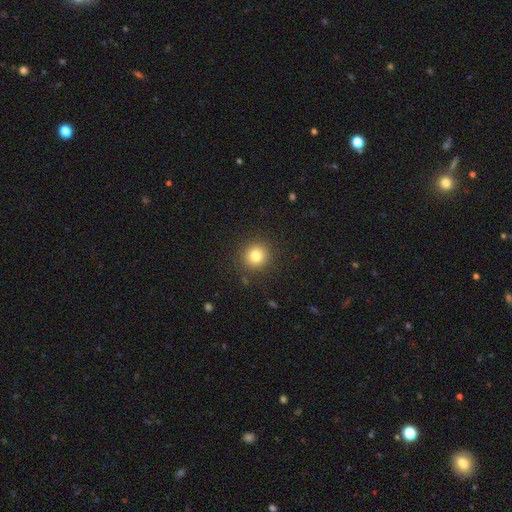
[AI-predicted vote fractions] Smooth or featured: smooth — 80% (star or artifact — 12%)
How rounded: round — 91% (in between — 8%)
Merging: none — 90% (minor disturbance — 6%)